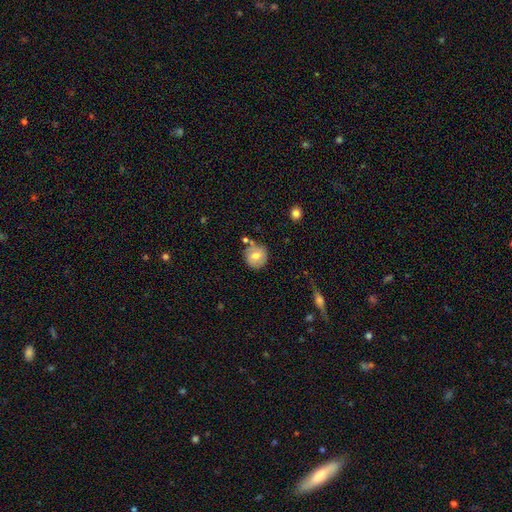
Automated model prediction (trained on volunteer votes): A smooth galaxy with no disk features (67%) that is round (87%). Merging: none (69%).